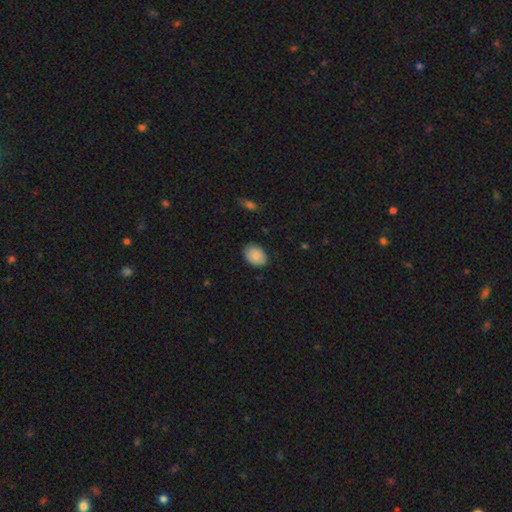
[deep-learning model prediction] This is clearly a smooth galaxy (87%). How rounded: likely in between (75%). Merging: clearly none (84%).